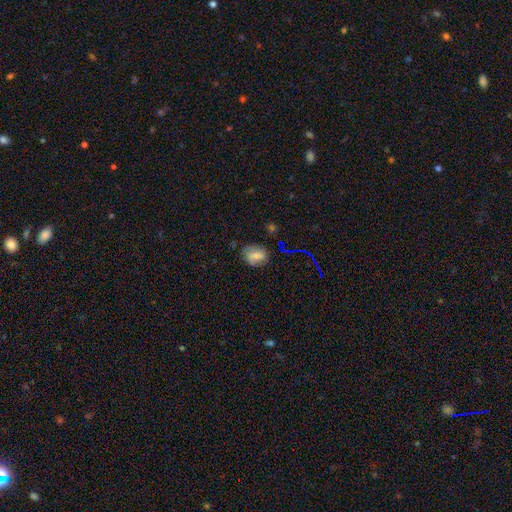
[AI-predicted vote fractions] The model was most divided on "how rounded": in between: 58%, round: 40%, cigar-shaped: 2%. More confident: merging — none (65%); smooth or featured — smooth (57%).